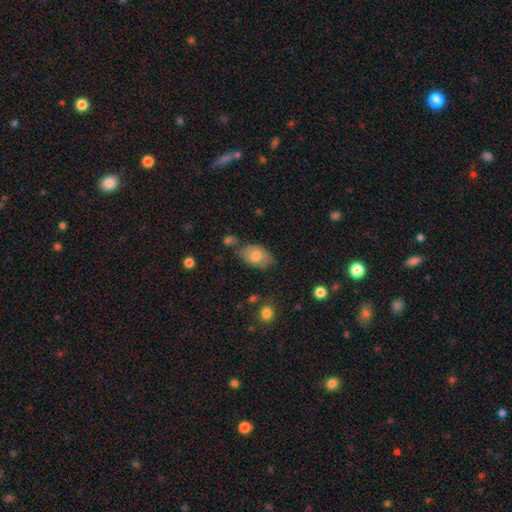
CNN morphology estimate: smooth_or_featured: smooth (p=0.65) [alt: featured or disk p=0.27]
how_rounded: in between (p=0.85) [alt: round p=0.14]
merging: none (p=0.58) [alt: minor disturbance p=0.26]